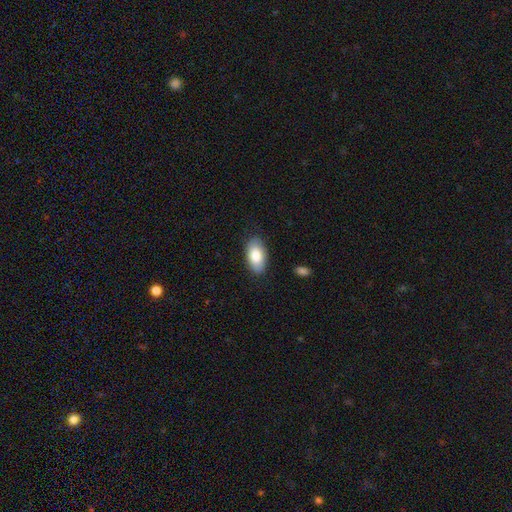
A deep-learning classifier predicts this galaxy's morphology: A smooth galaxy with no disk features (82%) that is in between round and cigar-shaped (94%).

Vote fractions:
- Smooth or featured? smooth: 82% / featured or disk: 12% / star or artifact: 6%
- How rounded? in between: 94% / round: 3% / cigar-shaped: 2%
- Merging? none: 84% / minor disturbance: 12% / major disturbance: 3% / merger: 1%